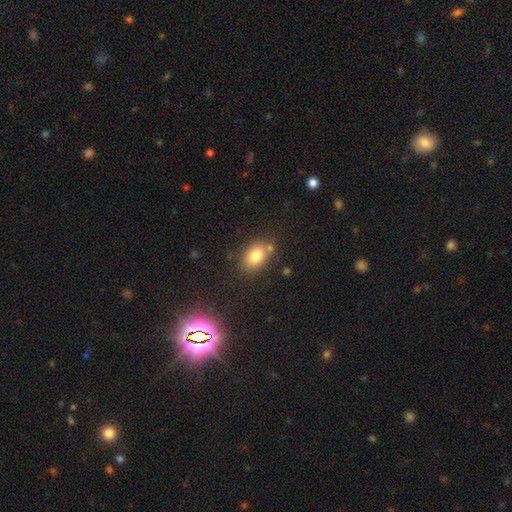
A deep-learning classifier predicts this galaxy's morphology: Smooth or featured: smooth — 80% (star or artifact — 10%)
How rounded: in between — 72% (round — 27%)
Merging: none — 73% (minor disturbance — 15%)